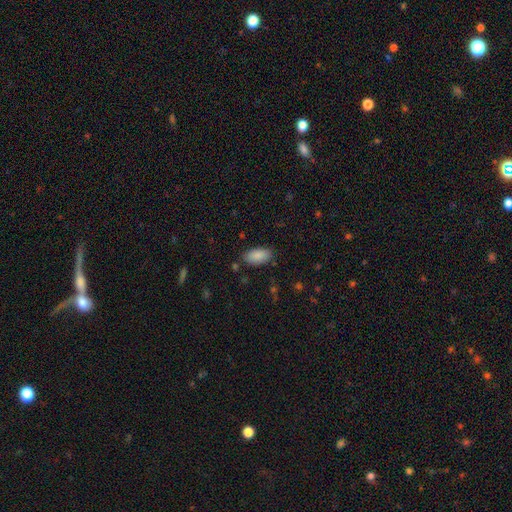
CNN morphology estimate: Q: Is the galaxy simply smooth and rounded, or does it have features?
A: smooth — 89%.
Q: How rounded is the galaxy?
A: in between — 95%.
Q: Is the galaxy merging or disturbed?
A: none — 84%.